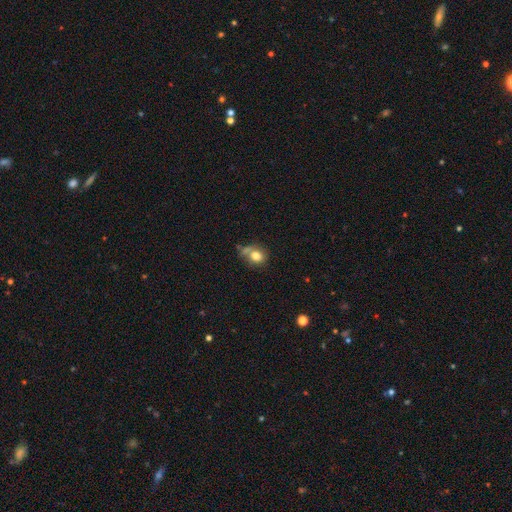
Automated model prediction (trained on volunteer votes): Smooth or featured?
  - smooth: 78% *
  - featured or disk: 11%
  - star or artifact: 11%
How rounded?
  - round: 58% *
  - in between: 41%
  - cigar-shaped: 1%
Merging?
  - none: 46% *
  - minor disturbance: 24%
  - merger: 17%
  - major disturbance: 13%